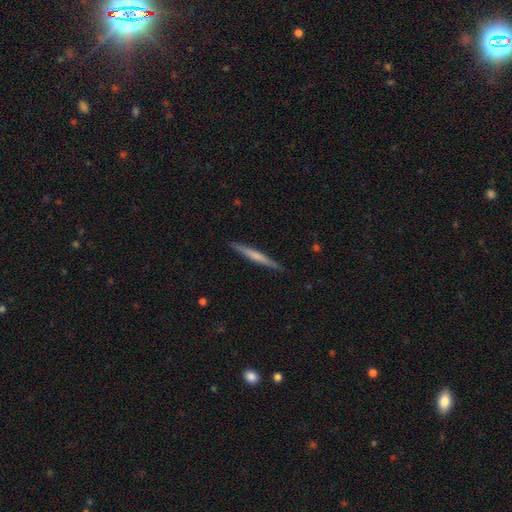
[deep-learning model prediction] Q: Smooth or featured?
A: smooth (48%); runner-up: featured or disk (47%)
Q: Merging?
A: none (90%); runner-up: minor disturbance (7%)